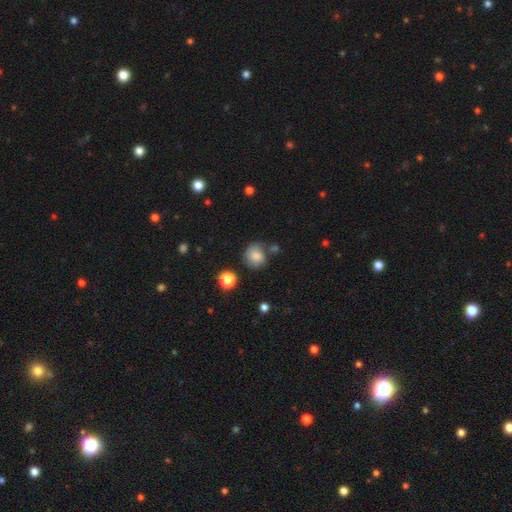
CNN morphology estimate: Smooth or featured? Predicted: smooth (p=0.81). How rounded? Predicted: round (p=0.83). Merging? Predicted: none (p=0.61).